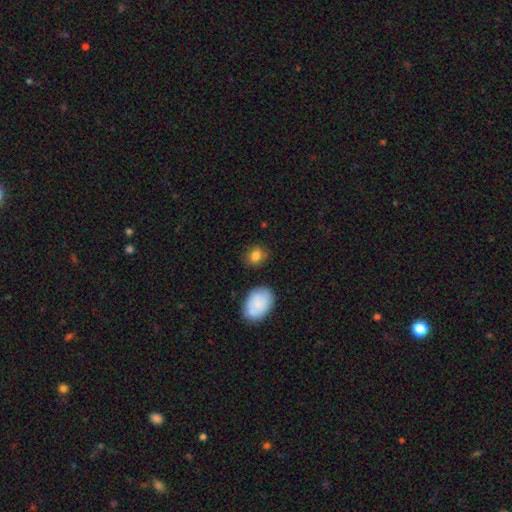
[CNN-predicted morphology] smooth-or-featured: smooth: 84% | star or artifact: 9% | featured or disk: 7%
  how-rounded: round: 54% | in between: 45% | cigar-shaped: 1%
  merging: none: 78% | minor disturbance: 14% | merger: 4% | major disturbance: 4%